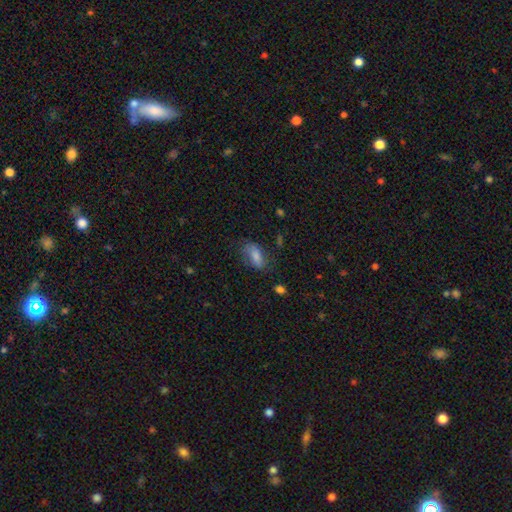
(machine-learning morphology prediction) smooth 67%, featured or disk 21%, star or artifact 12%. Down the decision tree: how rounded — in between (84%); merging — none (63%).